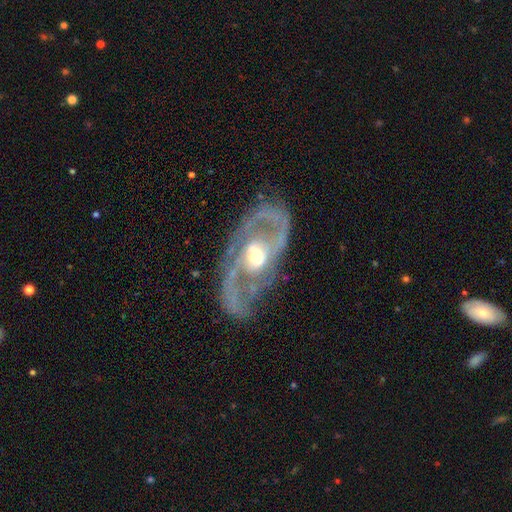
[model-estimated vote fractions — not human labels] Smooth or featured? featured or disk (86%)
Edge-on disk? no (94%)
Bar? no (43%)
Spiral arms? yes (82%)
Spiral winding? medium (47%)
Spiral arm count? 2 (78%)
Bulge size? moderate (64%)
Merging? none (69%)